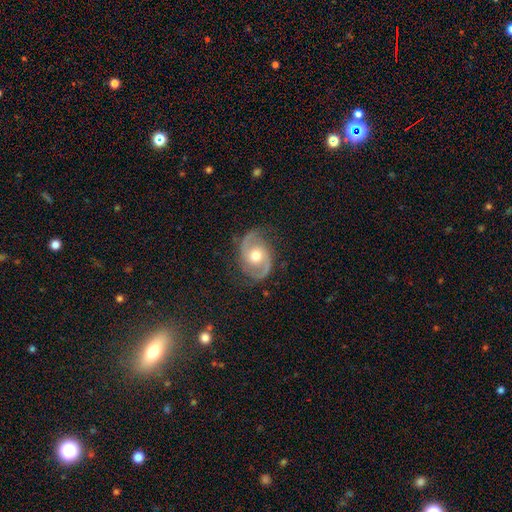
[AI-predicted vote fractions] smooth_or_featured: featured or disk (p=0.88) [alt: smooth p=0.07]
disk_edge_on: no (p=0.97) [alt: yes p=0.03]
bar: no (p=0.64) [alt: weak p=0.29]
has_spiral_arms: yes (p=0.96) [alt: no p=0.04]
spiral_winding: medium (p=0.55) [alt: tight p=0.23]
spiral_arm_count: 2 (p=0.93) [alt: can't tell p=0.03]
bulge_size: moderate (p=0.77) [alt: small p=0.11]
merging: none (p=0.79) [alt: minor disturbance p=0.15]